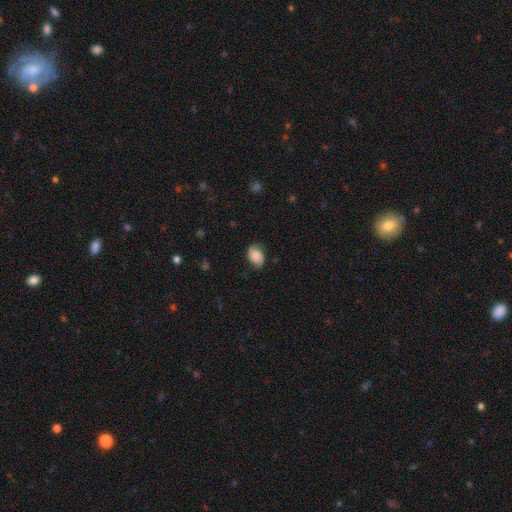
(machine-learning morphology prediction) Overall: smooth (64%; featured or disk 28%). How rounded: in between (79%). Merging: none (70%).